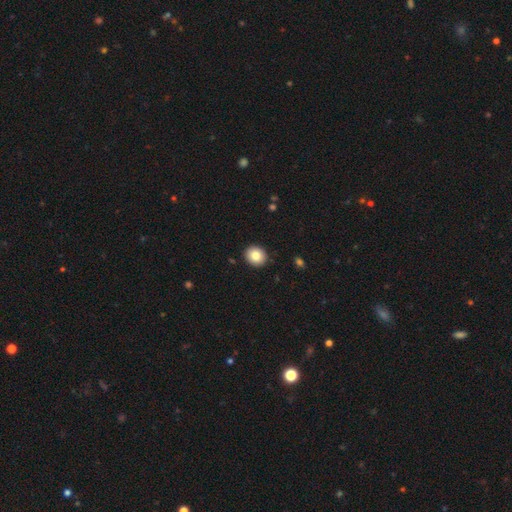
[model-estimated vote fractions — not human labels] The model was most divided on "how rounded": round: 78%, in between: 21%, cigar-shaped: 1%. More confident: merging — none (91%); smooth or featured — smooth (83%).